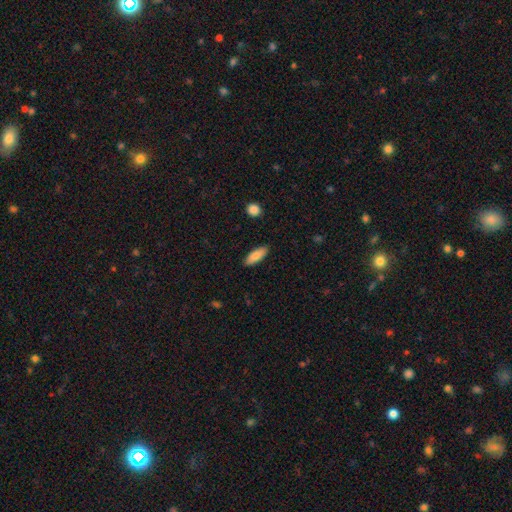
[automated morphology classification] This appears to be a smooth galaxy with no disk features (84%) that is in between round and cigar-shaped (68%). Merging: none (88%).